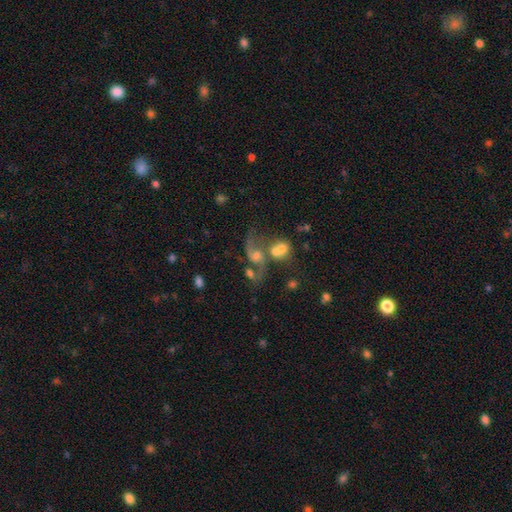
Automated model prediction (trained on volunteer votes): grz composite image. It shows a featured or disk galaxy (62%) with no bar (67%), spiral arms (82%) and a moderate central bulge (48%). Merging: merger (56%).